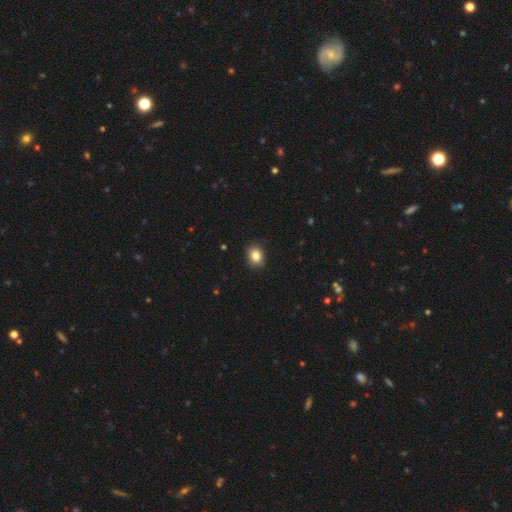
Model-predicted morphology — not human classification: The model was most divided on "how rounded": in between: 54%, round: 45%, cigar-shaped: 1%. More confident: merging — none (88%); smooth or featured — smooth (85%).